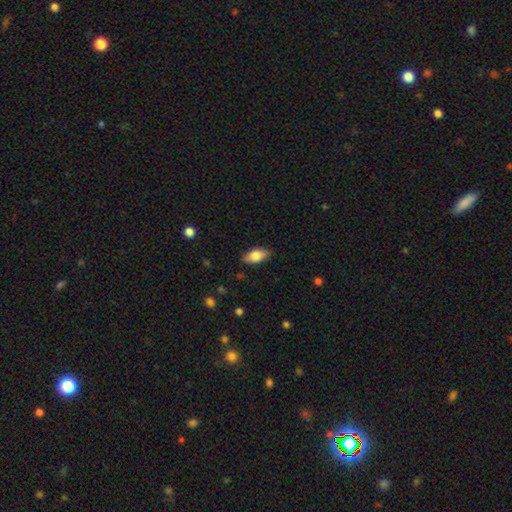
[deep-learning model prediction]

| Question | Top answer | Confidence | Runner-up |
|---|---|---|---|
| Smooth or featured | smooth | 78% | featured or disk (16%) |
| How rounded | in between | 88% | cigar-shaped (9%) |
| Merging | none | 86% | minor disturbance (11%) |